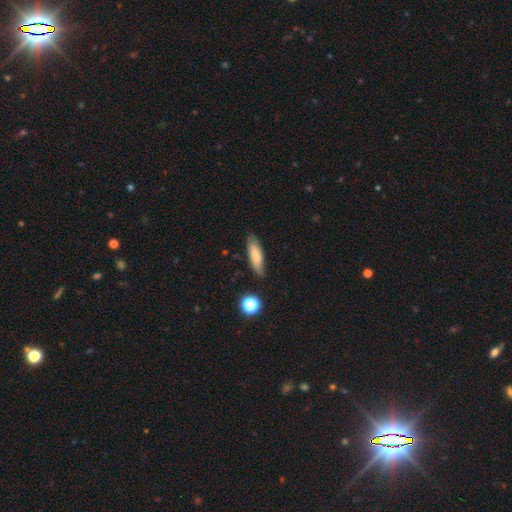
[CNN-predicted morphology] Smooth or featured?
  - smooth: 75% *
  - featured or disk: 18%
  - star or artifact: 8%
How rounded?
  - cigar-shaped: 53% *
  - in between: 45%
  - round: 2%
Merging?
  - none: 77% *
  - minor disturbance: 18%
  - major disturbance: 3%
  - merger: 2%